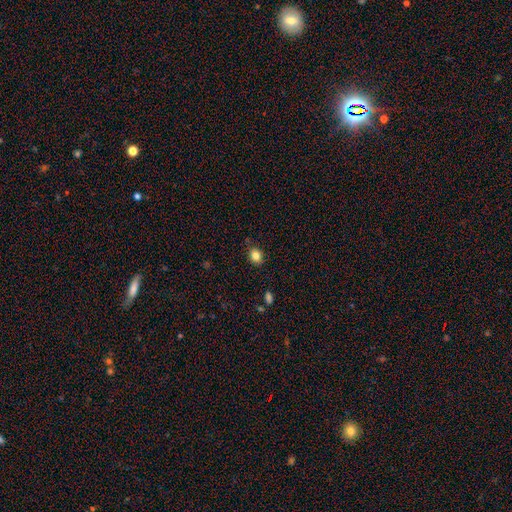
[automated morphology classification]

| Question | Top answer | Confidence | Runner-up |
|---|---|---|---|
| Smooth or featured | smooth | 83% | star or artifact (11%) |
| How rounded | round | 54% | in between (45%) |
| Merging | none | 83% | minor disturbance (13%) |